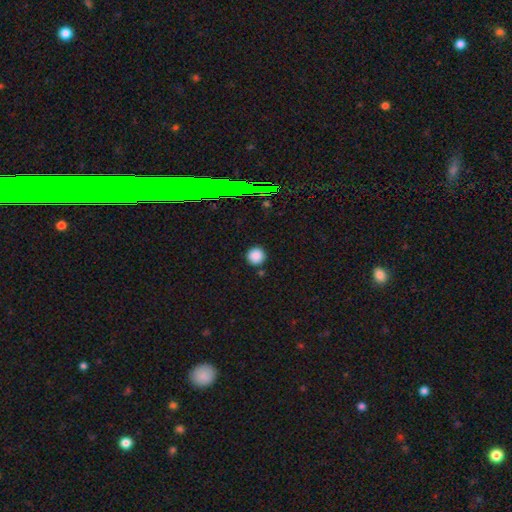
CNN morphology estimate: This appears to be a smooth galaxy with no disk features (83%) that is round (95%). Merging: none (88%).